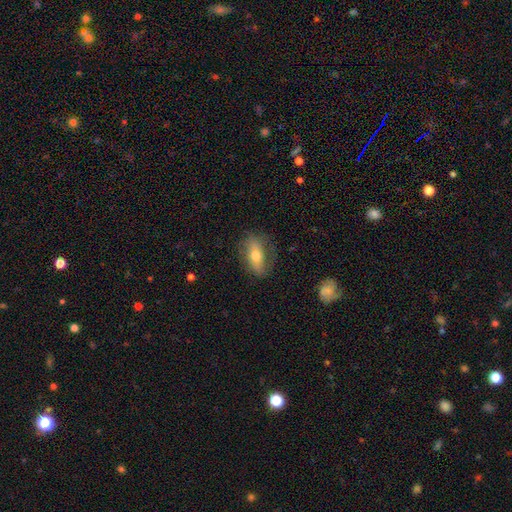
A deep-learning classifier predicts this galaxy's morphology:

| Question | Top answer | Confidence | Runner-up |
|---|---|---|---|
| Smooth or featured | smooth | 52% | featured or disk (40%) |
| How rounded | in between | 77% | cigar-shaped (12%) |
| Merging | none | 72% | minor disturbance (19%) |